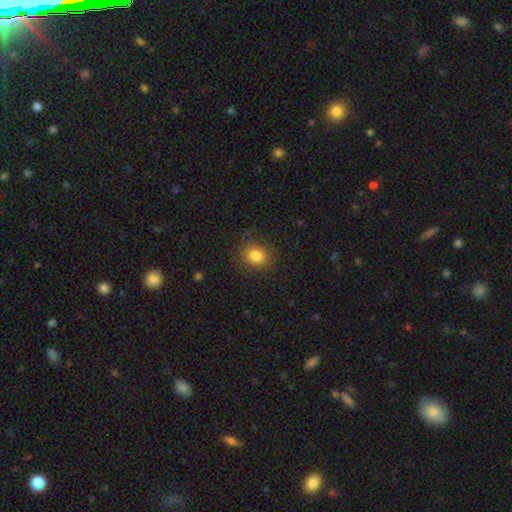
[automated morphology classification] Smooth or featured? smooth (83%)
How rounded? round (71%)
Merging? none (84%)